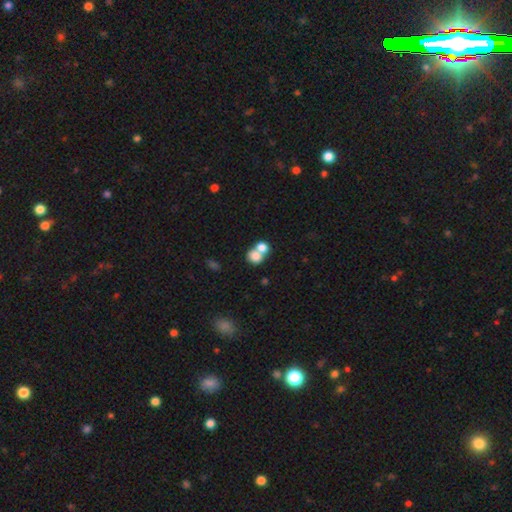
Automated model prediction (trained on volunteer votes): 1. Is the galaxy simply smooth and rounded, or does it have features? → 77% smooth, 12% featured or disk, 10% star or artifact.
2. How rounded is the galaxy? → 67% round, 32% in between, 1% cigar-shaped.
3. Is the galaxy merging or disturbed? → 61% merger, 29% none, 6% minor disturbance, 4% major disturbance.